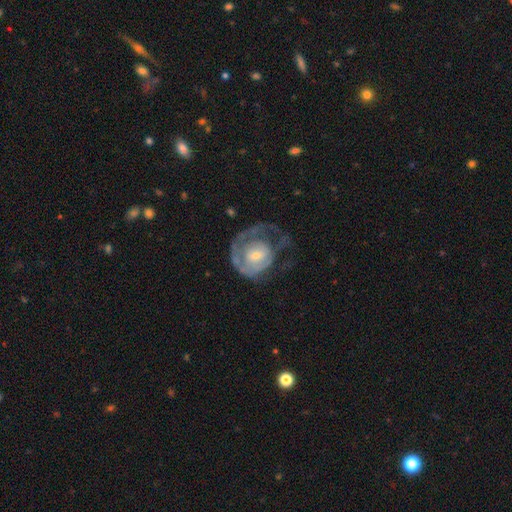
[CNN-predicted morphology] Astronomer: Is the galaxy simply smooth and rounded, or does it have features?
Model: featured or disk — 68%.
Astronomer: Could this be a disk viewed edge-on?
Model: no — 97%.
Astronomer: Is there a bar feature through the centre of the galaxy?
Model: no — 66%.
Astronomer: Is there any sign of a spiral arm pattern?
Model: yes — 67%.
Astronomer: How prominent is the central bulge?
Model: small — 54% (runner-up: moderate, 37%).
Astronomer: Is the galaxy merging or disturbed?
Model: major disturbance — 47% (runner-up: none, 31%).